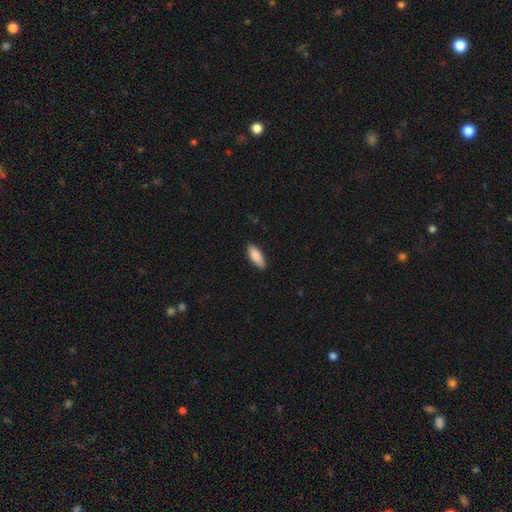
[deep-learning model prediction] smooth_or_featured: smooth (p=0.87) [alt: featured or disk p=0.07]
how_rounded: in between (p=0.76) [alt: cigar-shaped p=0.22]
merging: none (p=0.85) [alt: minor disturbance p=0.13]